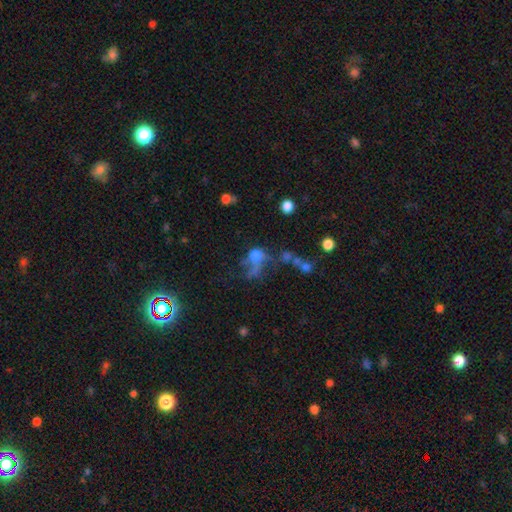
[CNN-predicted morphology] Overall: smooth (52%; featured or disk 28%). How rounded: round (53%; in between 44%). Merging: major disturbance (44%; none 25%).